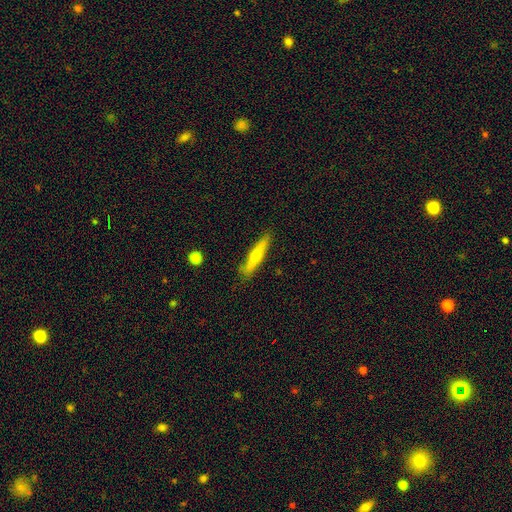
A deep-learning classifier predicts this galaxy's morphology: Smooth or featured? smooth (48%)
Merging? none (84%)